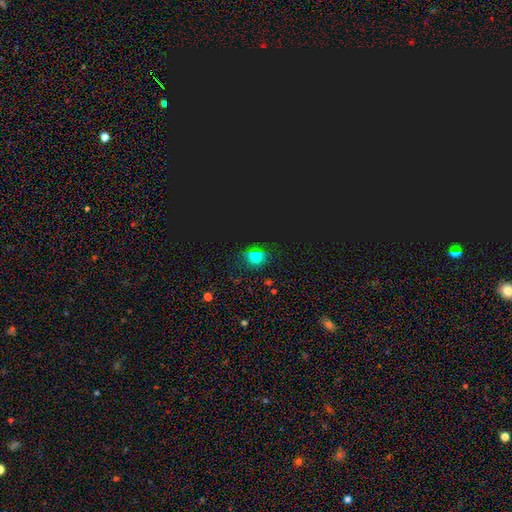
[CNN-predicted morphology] Overall: smooth (58%; star or artifact 35%). How rounded: round (69%). Merging: none (78%).